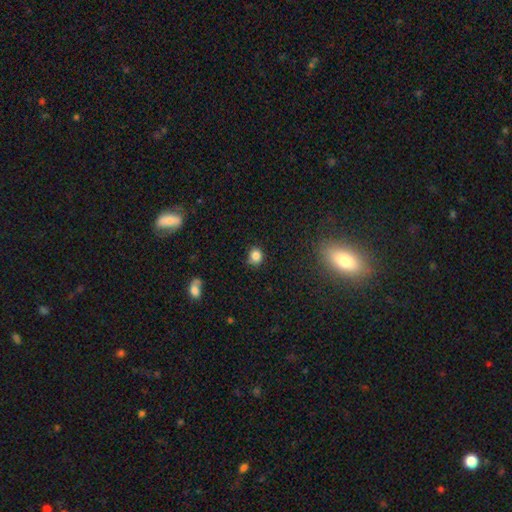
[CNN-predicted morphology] Smooth or featured? Predicted: smooth (p=0.83). How rounded? Predicted: round (p=0.78). Merging? Predicted: none (p=0.73).